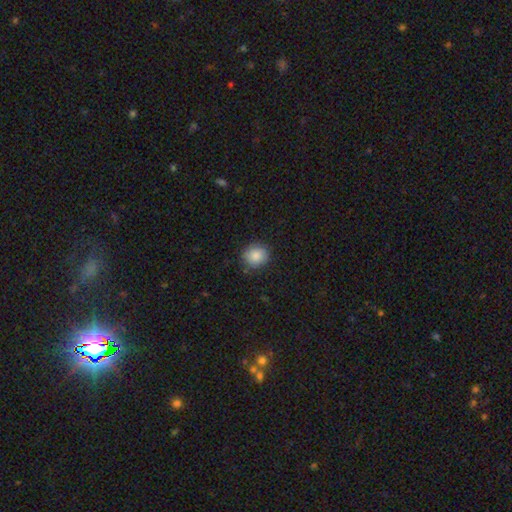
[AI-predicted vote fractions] A smooth galaxy with no disk features (87%) that is round (84%). Merging: none (85%).